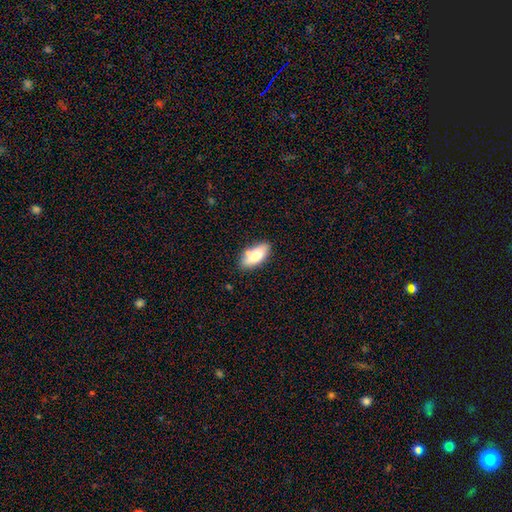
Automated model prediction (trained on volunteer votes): Smooth or featured?
  - smooth: 77% *
  - featured or disk: 16%
  - star or artifact: 7%
How rounded?
  - in between: 84% *
  - cigar-shaped: 13%
  - round: 3%
Merging?
  - none: 74% *
  - minor disturbance: 16%
  - merger: 7%
  - major disturbance: 3%